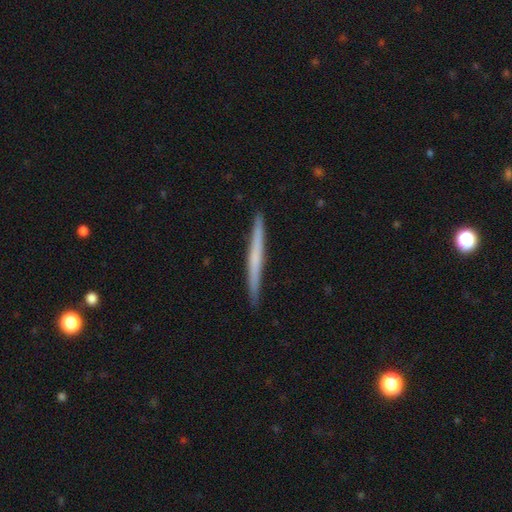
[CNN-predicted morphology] Q: Smooth or featured?
A: featured or disk (48%); runner-up: smooth (46%)
Q: Merging?
A: none (92%); runner-up: minor disturbance (6%)